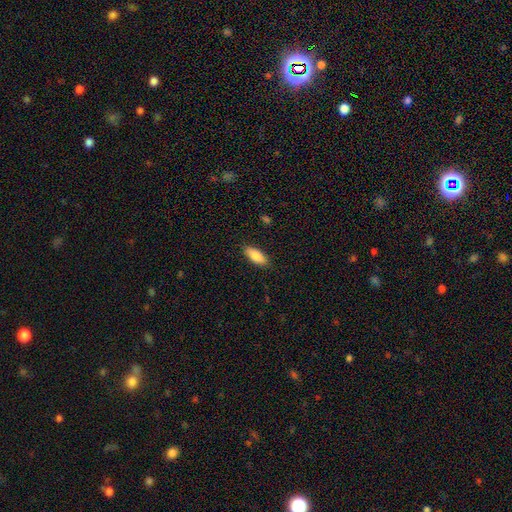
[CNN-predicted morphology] Smooth or featured?
  - smooth: 87% *
  - featured or disk: 7%
  - star or artifact: 6%
How rounded?
  - in between: 80% *
  - cigar-shaped: 18%
  - round: 2%
Merging?
  - none: 88% *
  - minor disturbance: 9%
  - major disturbance: 2%
  - merger: 1%